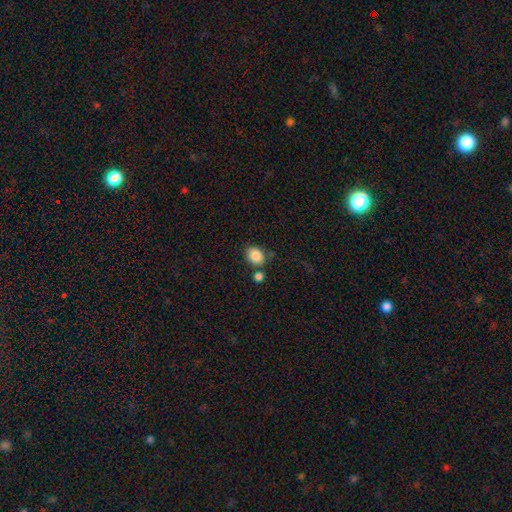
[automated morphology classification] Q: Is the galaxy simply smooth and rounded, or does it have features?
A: smooth — 86%.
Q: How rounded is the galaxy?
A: in between — 61%.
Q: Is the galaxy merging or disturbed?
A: none — 70%.